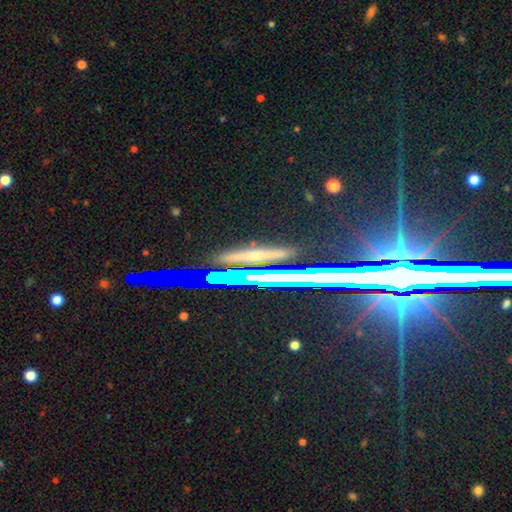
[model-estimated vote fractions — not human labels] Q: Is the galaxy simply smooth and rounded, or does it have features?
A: star or artifact — 50%.